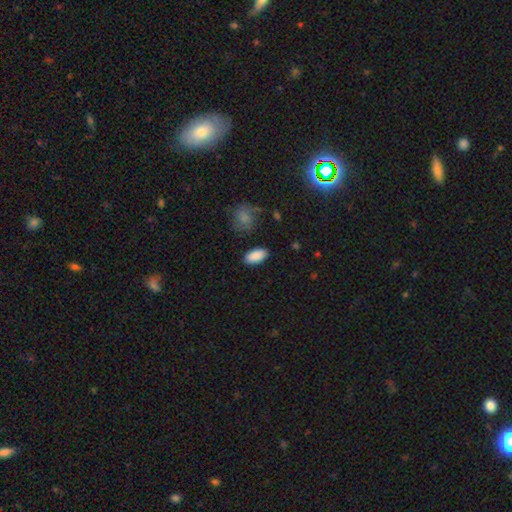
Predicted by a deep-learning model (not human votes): A smooth galaxy with no disk features (90%) that is in between round and cigar-shaped (93%).

Vote fractions:
- Smooth or featured? smooth: 90% / star or artifact: 7% / featured or disk: 4%
- How rounded? in between: 93% / cigar-shaped: 4% / round: 3%
- Merging? none: 87% / minor disturbance: 9% / major disturbance: 2% / merger: 1%